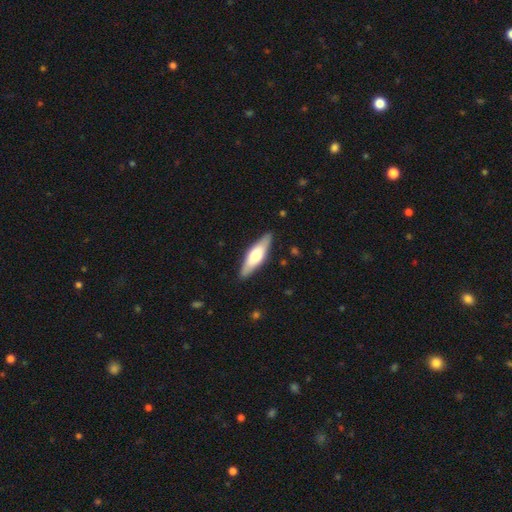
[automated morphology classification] smooth 52%, featured or disk 43%, star or artifact 5%. Down the decision tree: how rounded — cigar-shaped (60%); merging — none (88%).